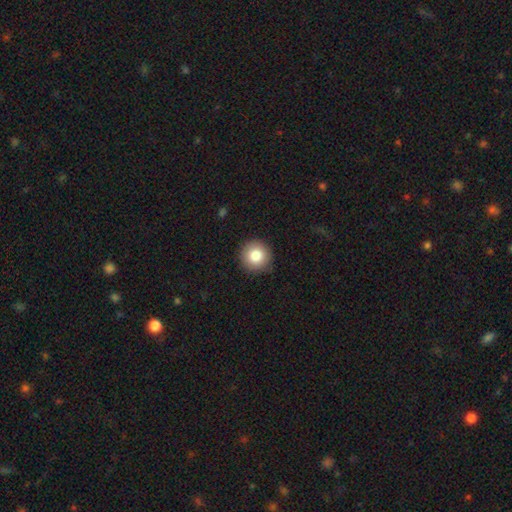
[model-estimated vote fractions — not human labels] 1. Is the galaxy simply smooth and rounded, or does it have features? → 83% smooth, 9% star or artifact, 8% featured or disk.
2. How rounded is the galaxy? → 95% round, 4% in between, 1% cigar-shaped.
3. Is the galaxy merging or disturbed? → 90% none, 7% minor disturbance, 2% major disturbance, 1% merger.